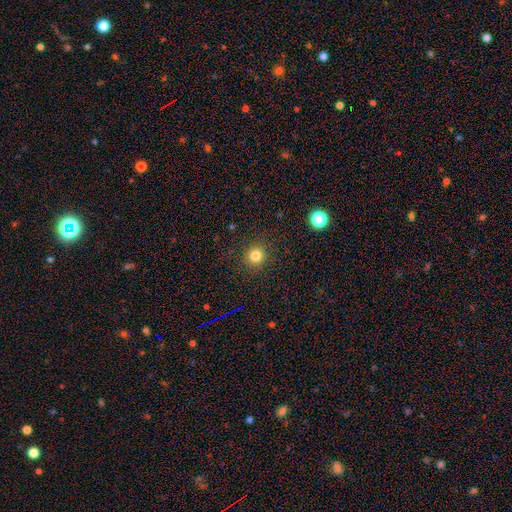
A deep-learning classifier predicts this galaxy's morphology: A smooth galaxy with no disk features (81%) that is round (91%).

Vote fractions:
- Smooth or featured? smooth: 81% / star or artifact: 14% / featured or disk: 5%
- How rounded? round: 91% / in between: 8% / cigar-shaped: 1%
- Merging? none: 89% / minor disturbance: 7% / major disturbance: 3% / merger: 1%